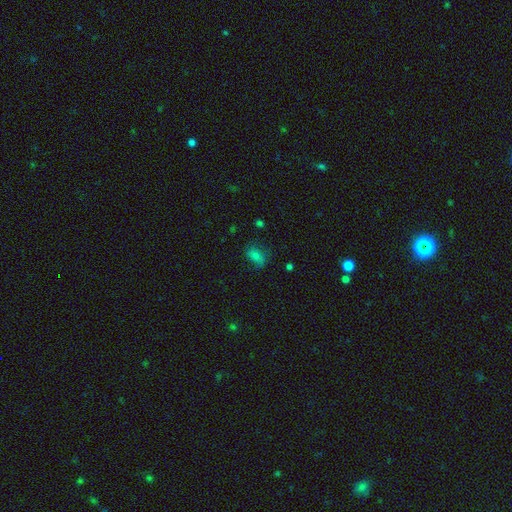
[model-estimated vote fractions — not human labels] Q: Smooth or featured?
A: smooth (65%); runner-up: featured or disk (20%)
Q: How rounded?
A: in between (74%); runner-up: round (23%)
Q: Merging?
A: none (62%); runner-up: minor disturbance (25%)